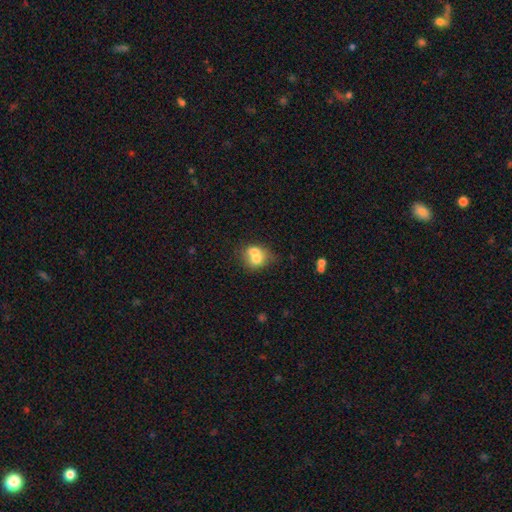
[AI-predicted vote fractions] Morphology: type=smooth (67%); roundness=round (65%); merging=merger (61%).